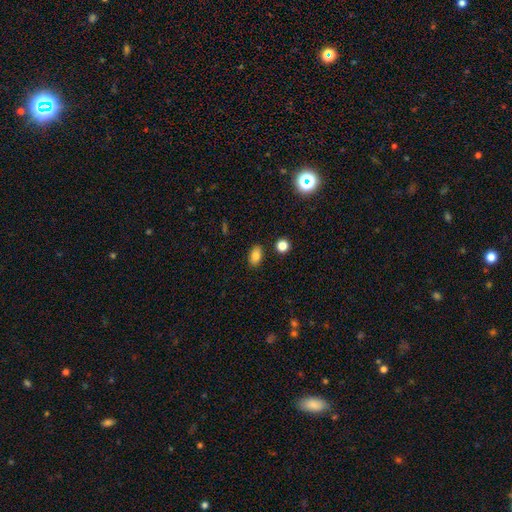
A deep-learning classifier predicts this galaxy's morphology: This is clearly a smooth galaxy (84%). How rounded: clearly in between (87%). Merging: clearly none (86%).